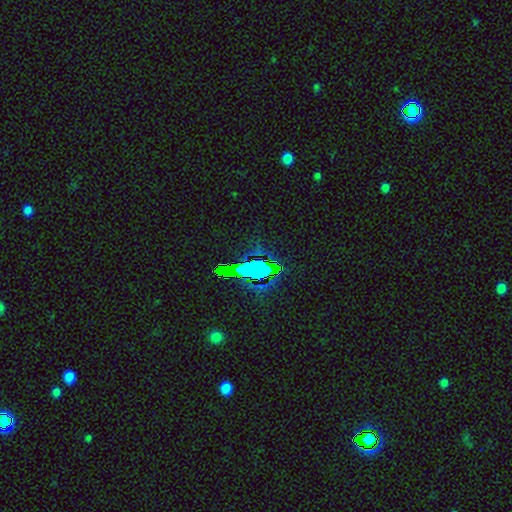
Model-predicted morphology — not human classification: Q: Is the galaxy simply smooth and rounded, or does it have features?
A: star or artifact — 66%.